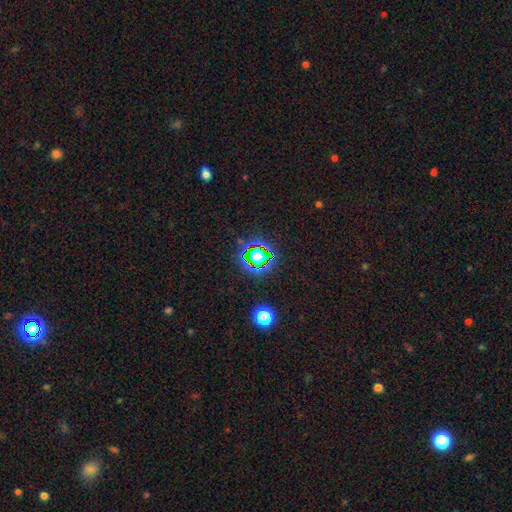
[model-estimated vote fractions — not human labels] Q: Smooth or featured?
A: star or artifact (66%); runner-up: smooth (24%)